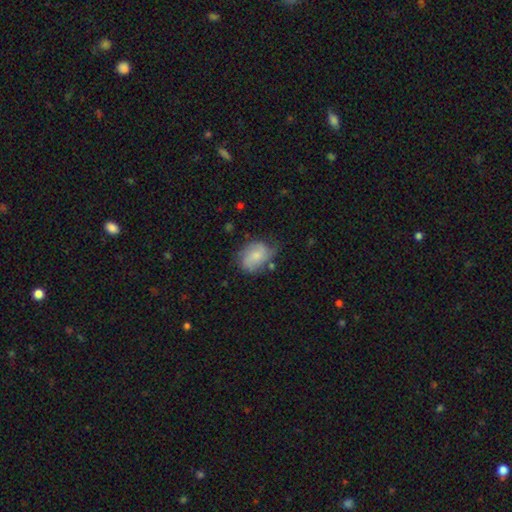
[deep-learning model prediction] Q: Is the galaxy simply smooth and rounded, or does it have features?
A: smooth — 53%.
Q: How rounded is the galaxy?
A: in between — 67%.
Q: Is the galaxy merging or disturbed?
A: none — 55%.